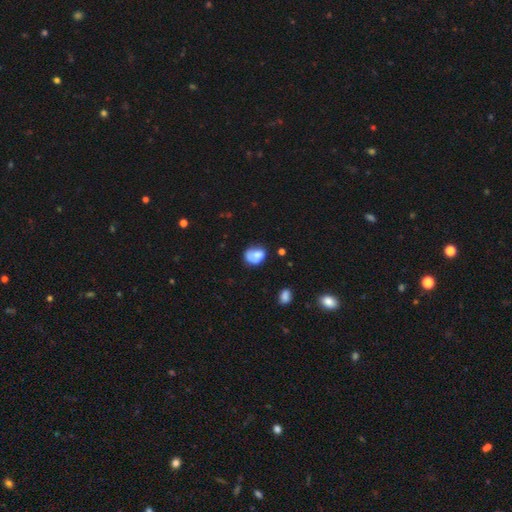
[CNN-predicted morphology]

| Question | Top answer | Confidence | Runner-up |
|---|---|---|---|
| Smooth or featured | smooth | 69% | featured or disk (23%) |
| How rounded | in between | 53% | round (46%) |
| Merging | none | 45% | minor disturbance (29%) |